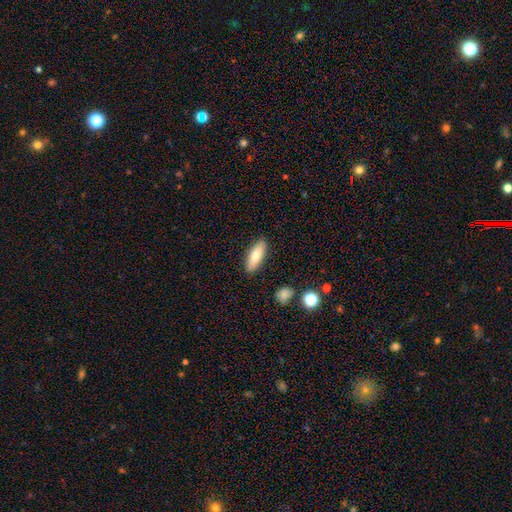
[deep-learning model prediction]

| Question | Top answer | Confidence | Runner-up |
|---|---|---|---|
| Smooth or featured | smooth | 79% | featured or disk (15%) |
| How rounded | in between | 61% | cigar-shaped (37%) |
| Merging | none | 87% | minor disturbance (9%) |